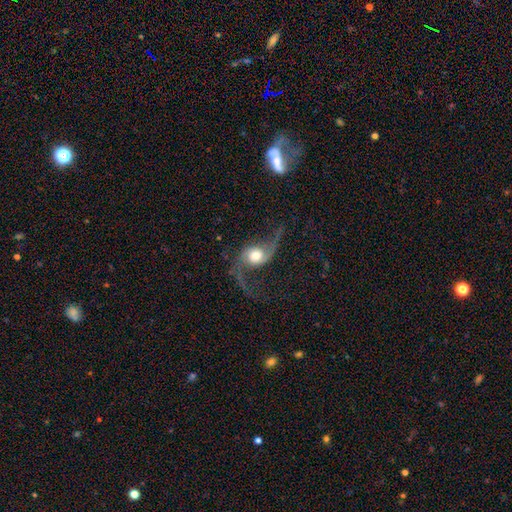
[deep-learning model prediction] A featured or disk galaxy (86%) with no bar (64%), 2 (93%) loose (86%) spiral arms (97%) and a moderate central bulge (56%).

Vote fractions:
- Smooth or featured? featured or disk: 86% / smooth: 8% / star or artifact: 6%
- Edge-on disk? no: 96% / yes: 4%
- Bar? no: 64% / weak: 27% / strong: 9%
- Spiral arms? yes: 97% / no: 3%
- Spiral winding? loose: 86% / medium: 12% / tight: 2%
- Spiral arm count? 2: 93% / 1: 3% / can't tell: 1% / 3: 1% / 4: 1% / more than 4: 1%
- Bulge size? moderate: 56% / large: 25% / small: 12% / dominant: 6% / none: 2%
- Merging? none: 64% / major disturbance: 18% / minor disturbance: 15% / merger: 3%